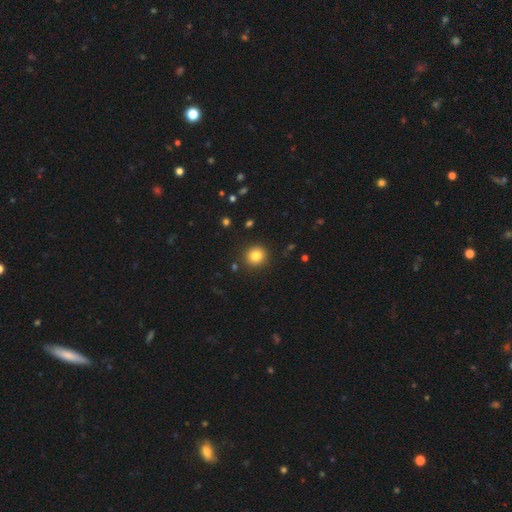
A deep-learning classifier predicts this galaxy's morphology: A smooth galaxy with no disk features (82%) that is round (93%).

Vote fractions:
- Smooth or featured? smooth: 82% / star or artifact: 12% / featured or disk: 6%
- How rounded? round: 93% / in between: 7% / cigar-shaped: 1%
- Merging? none: 91% / minor disturbance: 6% / major disturbance: 2% / merger: 2%